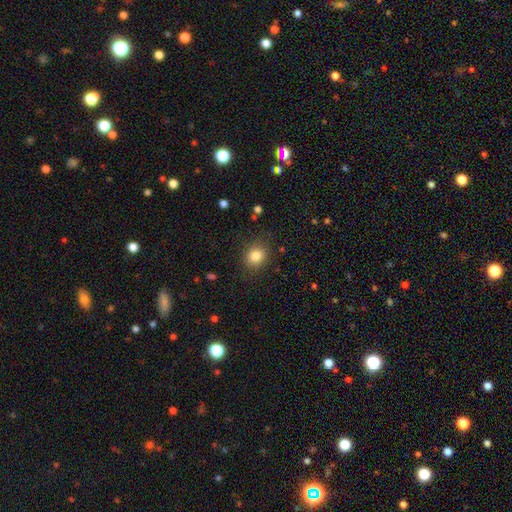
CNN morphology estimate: Smooth or featured: smooth — 82% (star or artifact — 11%)
How rounded: round — 65% (in between — 34%)
Merging: none — 85% (minor disturbance — 11%)